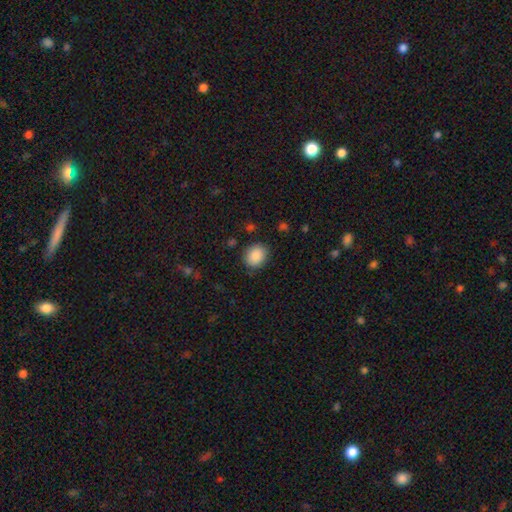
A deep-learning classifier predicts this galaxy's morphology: Q: Smooth or featured?
A: smooth (88%); runner-up: star or artifact (8%)
Q: How rounded?
A: round (61%); runner-up: in between (38%)
Q: Merging?
A: none (85%); runner-up: minor disturbance (11%)